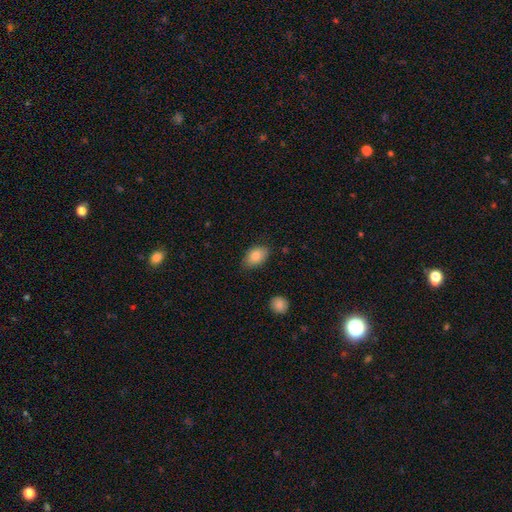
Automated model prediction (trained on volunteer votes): Morphology: type=smooth (85%); roundness=in between (88%); merging=none (79%).